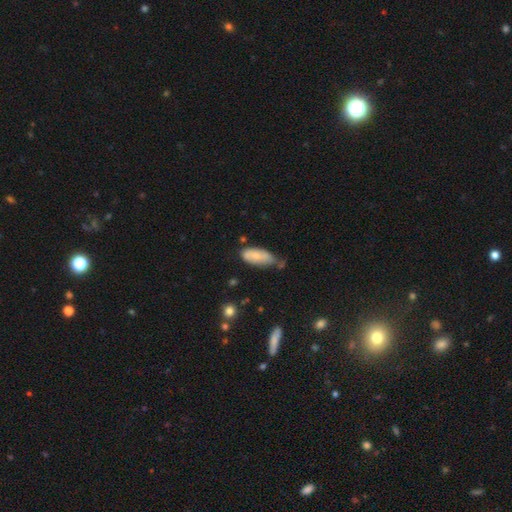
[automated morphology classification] A smooth galaxy with no disk features (66%) that is in between round and cigar-shaped (87%).

Vote fractions:
- Smooth or featured? smooth: 66% / featured or disk: 28% / star or artifact: 6%
- How rounded? in between: 87% / cigar-shaped: 11% / round: 2%
- Merging? none: 41% / minor disturbance: 40% / major disturbance: 10% / merger: 9%